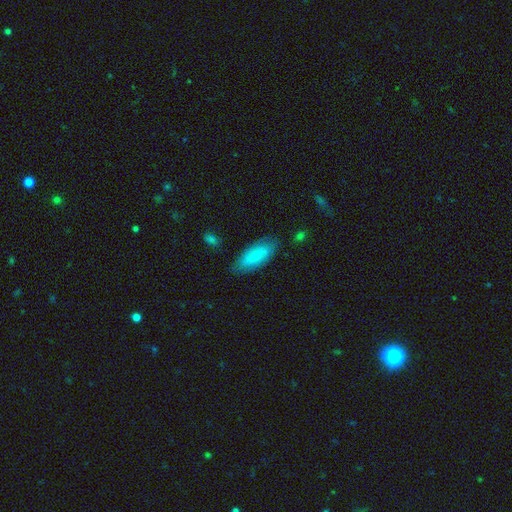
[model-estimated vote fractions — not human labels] Q: Smooth or featured?
A: smooth (64%); runner-up: featured or disk (30%)
Q: How rounded?
A: in between (82%); runner-up: cigar-shaped (15%)
Q: Merging?
A: none (77%); runner-up: minor disturbance (17%)